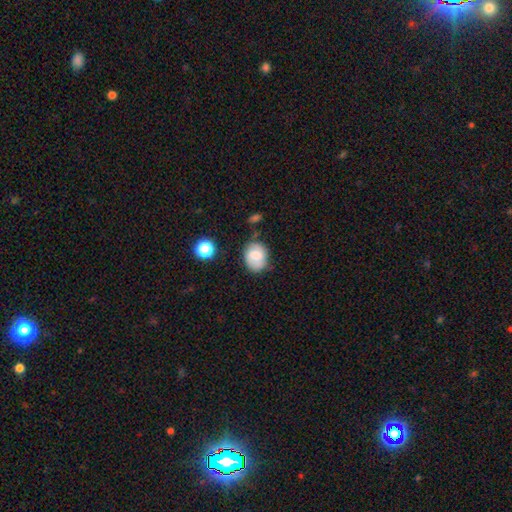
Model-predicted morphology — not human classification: Overall: smooth (63%; featured or disk 28%). How rounded: round (50%; in between 49%). Merging: none (67%).